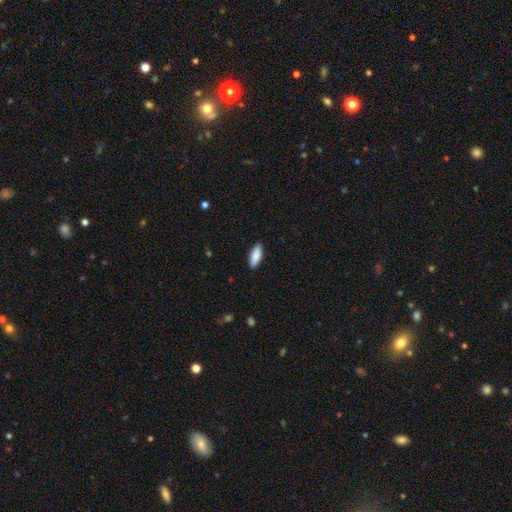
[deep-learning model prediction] This appears to be a smooth galaxy with no disk features (89%) that is in between round and cigar-shaped (72%). Merging: none (89%).